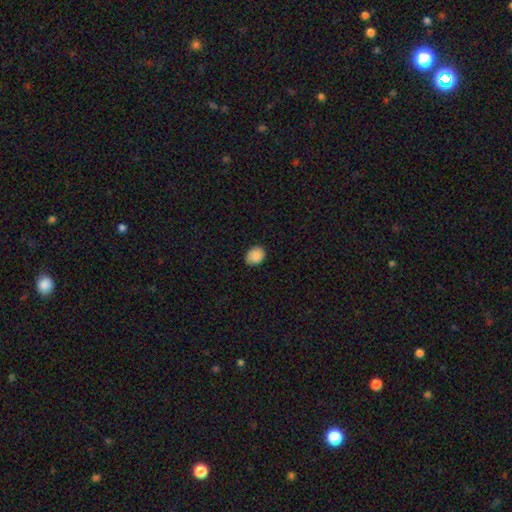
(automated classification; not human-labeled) Smooth or featured? smooth (89%)
How rounded? in between (51%)
Merging? none (84%)